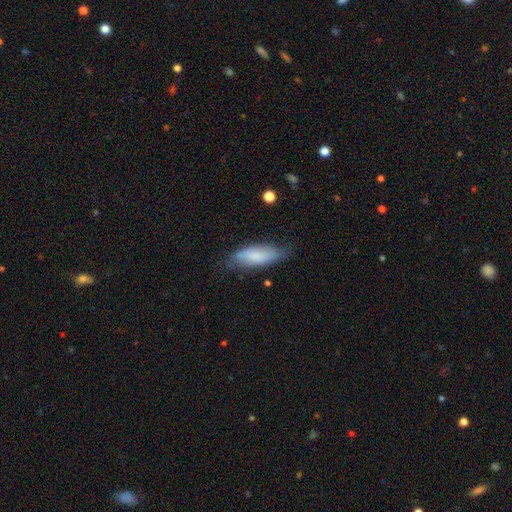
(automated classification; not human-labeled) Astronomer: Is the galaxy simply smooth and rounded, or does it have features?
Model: smooth — 78%.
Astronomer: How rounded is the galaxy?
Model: in between — 67%.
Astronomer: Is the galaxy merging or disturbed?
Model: none — 65%.